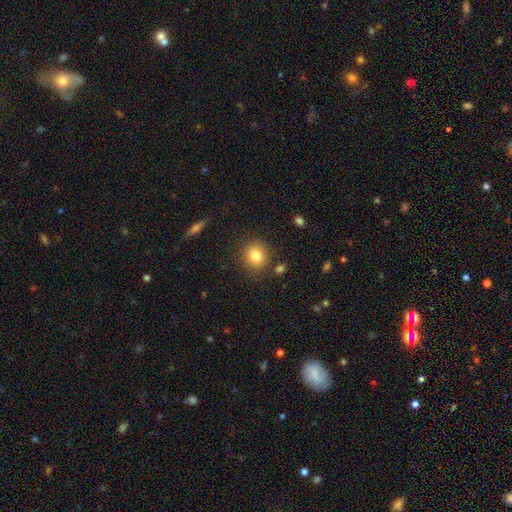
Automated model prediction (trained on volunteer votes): smooth 81%, star or artifact 11%, featured or disk 8%. Down the decision tree: how rounded — round (87%); merging — none (86%).